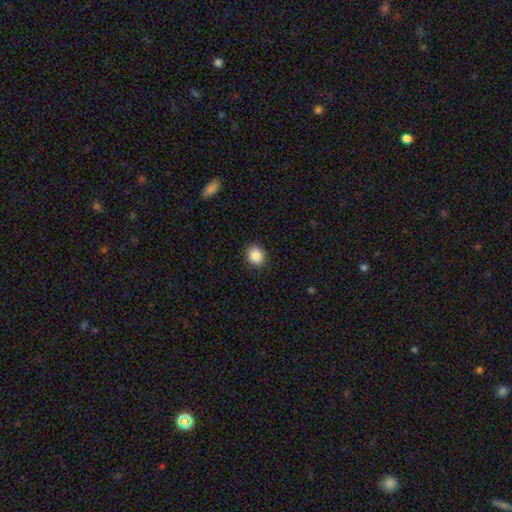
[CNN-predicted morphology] The model was most divided on "how rounded": round: 78%, in between: 21%, cigar-shaped: 1%. More confident: merging — none (89%); smooth or featured — smooth (87%).